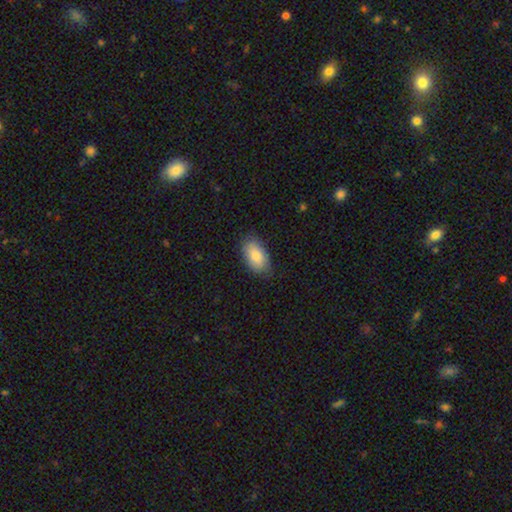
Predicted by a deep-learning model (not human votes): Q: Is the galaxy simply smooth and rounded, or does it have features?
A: smooth — 84%.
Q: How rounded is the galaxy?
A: in between — 94%.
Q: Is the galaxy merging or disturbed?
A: none — 80%.